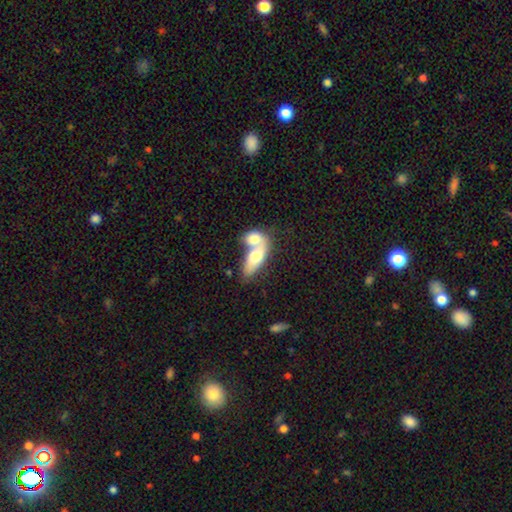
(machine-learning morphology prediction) Smooth or featured: smooth — 68% (featured or disk — 27%)
How rounded: in between — 79% (cigar-shaped — 13%)
Merging: merger — 77% (none — 13%)